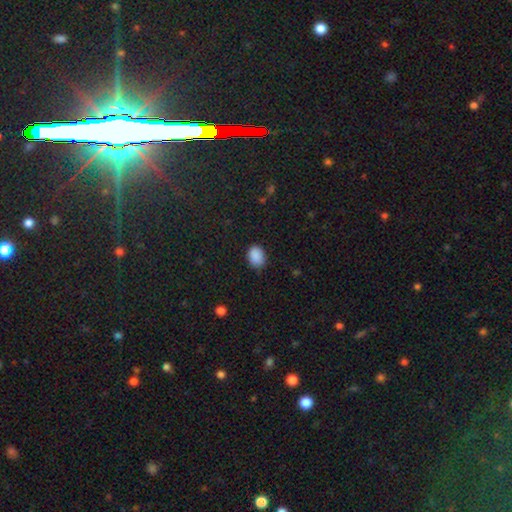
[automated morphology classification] smooth 88%, star or artifact 8%, featured or disk 3%. Down the decision tree: how rounded — in between (67%); merging — none (79%).